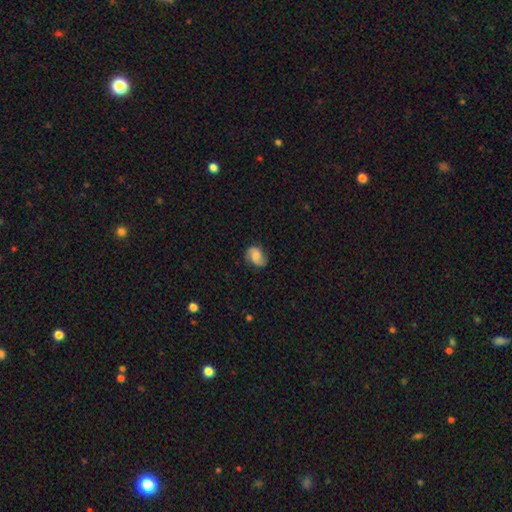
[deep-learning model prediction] Smooth or featured?
  - featured or disk: 49% *
  - smooth: 42%
  - star or artifact: 9%
Merging?
  - none: 74% *
  - minor disturbance: 19%
  - major disturbance: 6%
  - merger: 1%